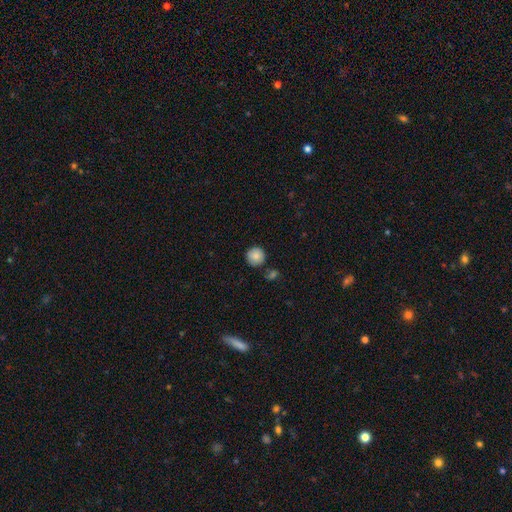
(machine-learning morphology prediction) smooth_or_featured: smooth (p=0.86) [alt: star or artifact p=0.08]
how_rounded: round (p=0.94) [alt: in between p=0.05]
merging: none (p=0.80) [alt: minor disturbance p=0.10]